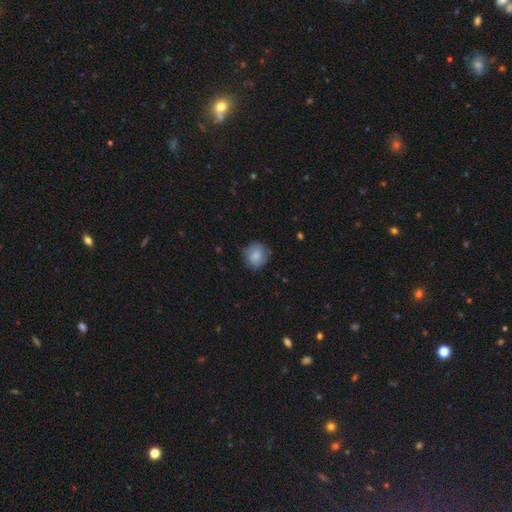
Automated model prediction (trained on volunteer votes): This is clearly a smooth galaxy (83%). How rounded: clearly round (85%). Merging: likely none (77%).